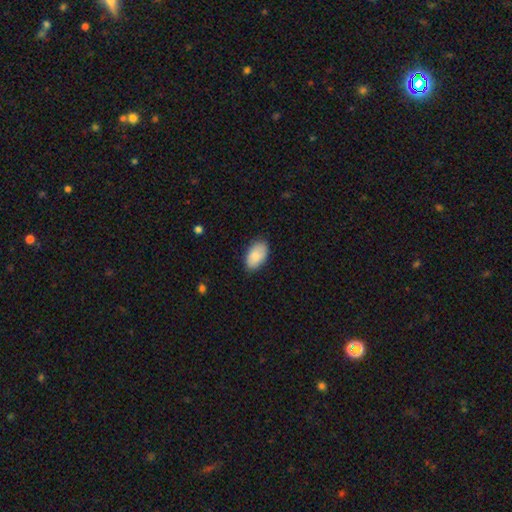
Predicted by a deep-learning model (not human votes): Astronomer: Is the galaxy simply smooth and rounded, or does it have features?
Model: smooth — 87%.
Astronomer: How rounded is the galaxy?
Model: in between — 95%.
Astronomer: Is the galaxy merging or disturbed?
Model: none — 82%.